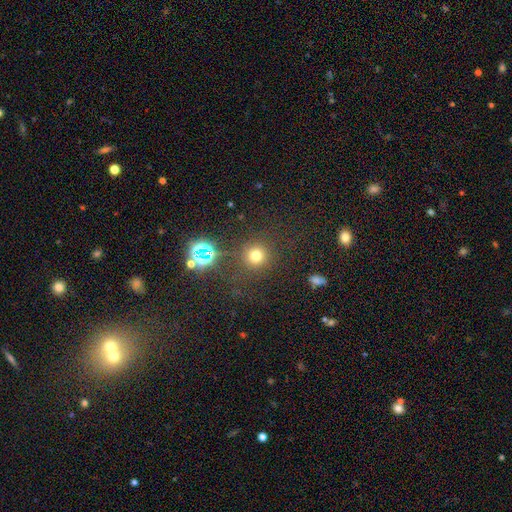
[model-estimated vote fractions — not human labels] Smooth or featured?
  - smooth: 67% *
  - star or artifact: 25%
  - featured or disk: 7%
How rounded?
  - round: 93% *
  - in between: 6%
  - cigar-shaped: 1%
Merging?
  - none: 82% *
  - minor disturbance: 9%
  - major disturbance: 6%
  - merger: 4%